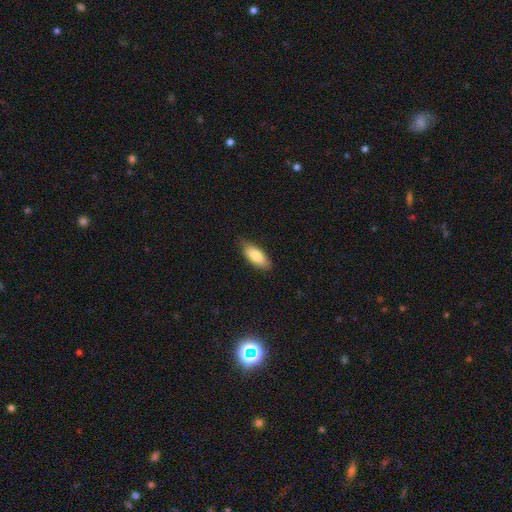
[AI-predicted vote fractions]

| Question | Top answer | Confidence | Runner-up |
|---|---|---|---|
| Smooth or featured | smooth | 80% | featured or disk (14%) |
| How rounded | in between | 82% | cigar-shaped (16%) |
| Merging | none | 83% | minor disturbance (14%) |